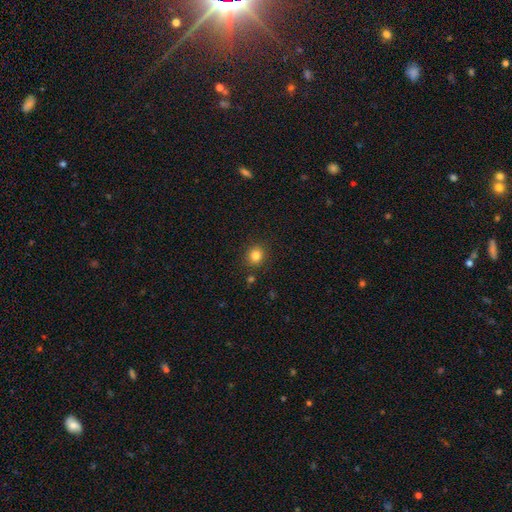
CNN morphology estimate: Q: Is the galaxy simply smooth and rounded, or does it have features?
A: smooth — 82%.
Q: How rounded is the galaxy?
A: round — 82%.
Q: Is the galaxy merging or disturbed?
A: none — 87%.